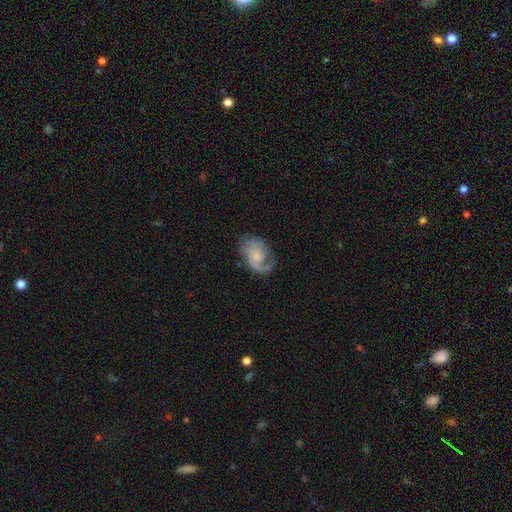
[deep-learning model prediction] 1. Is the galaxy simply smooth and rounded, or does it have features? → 70% featured or disk, 23% smooth, 7% star or artifact.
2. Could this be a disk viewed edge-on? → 97% no, 3% yes.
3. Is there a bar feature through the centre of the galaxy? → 72% no, 25% weak, 3% strong.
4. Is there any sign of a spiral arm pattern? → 91% yes, 9% no.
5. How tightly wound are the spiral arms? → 42% medium, 35% tight, 23% loose.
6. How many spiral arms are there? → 48% 1, 37% 2, 10% can't tell, 2% 3, 1% 4, 1% more than 4.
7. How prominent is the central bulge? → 54% small, 26% moderate, 15% none, 4% large, 1% dominant.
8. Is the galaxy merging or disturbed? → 61% none, 22% minor disturbance, 15% major disturbance, 2% merger.